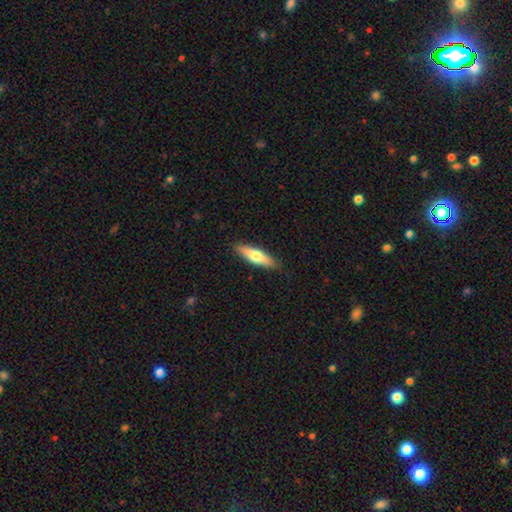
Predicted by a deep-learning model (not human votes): This is likely a smooth galaxy (60%). How rounded: possibly cigar-shaped (59%). Merging: clearly none (88%).